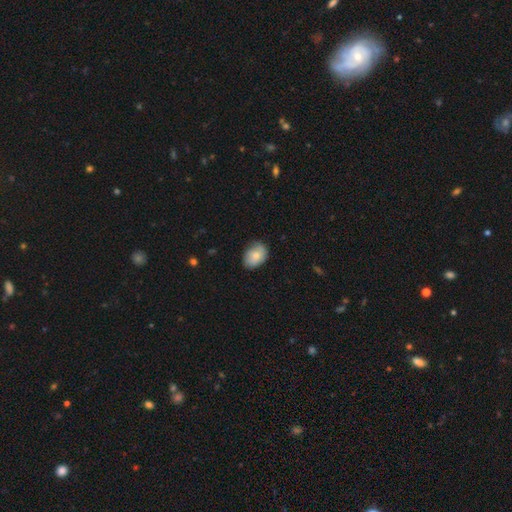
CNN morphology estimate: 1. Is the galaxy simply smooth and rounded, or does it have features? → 80% smooth, 13% featured or disk, 7% star or artifact.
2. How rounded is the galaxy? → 78% in between, 21% round, 1% cigar-shaped.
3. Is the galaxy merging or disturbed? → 72% none, 23% minor disturbance, 4% major disturbance, 1% merger.